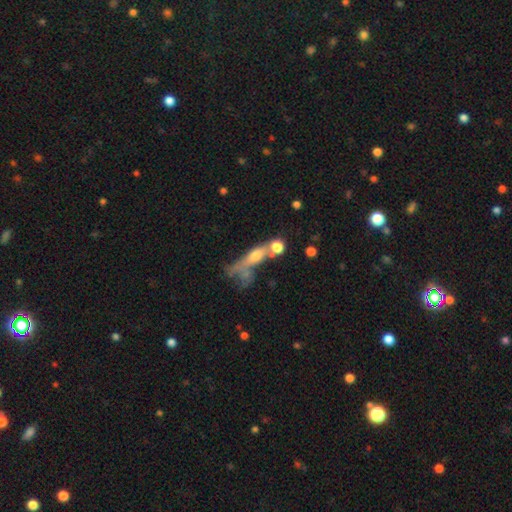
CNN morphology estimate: Smooth or featured?
  - featured or disk: 43% *
  - smooth: 42%
  - star or artifact: 15%
Merging?
  - merger: 32% *
  - major disturbance: 29%
  - none: 25%
  - minor disturbance: 14%